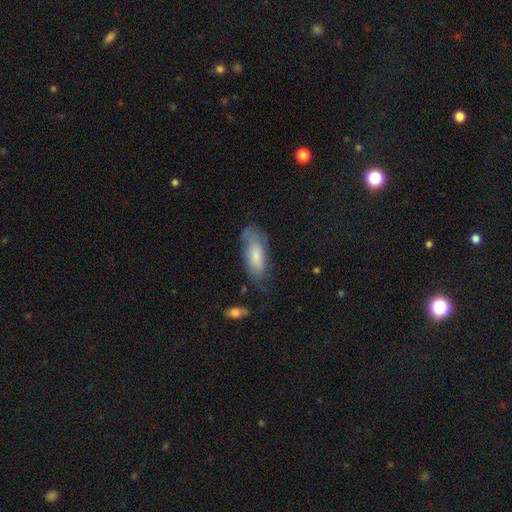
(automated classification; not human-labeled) smooth-or-featured: smooth: 70% | featured or disk: 24% | star or artifact: 6%
  how-rounded: in between: 79% | cigar-shaped: 20% | round: 2%
  merging: none: 57% | minor disturbance: 29% | major disturbance: 11% | merger: 2%